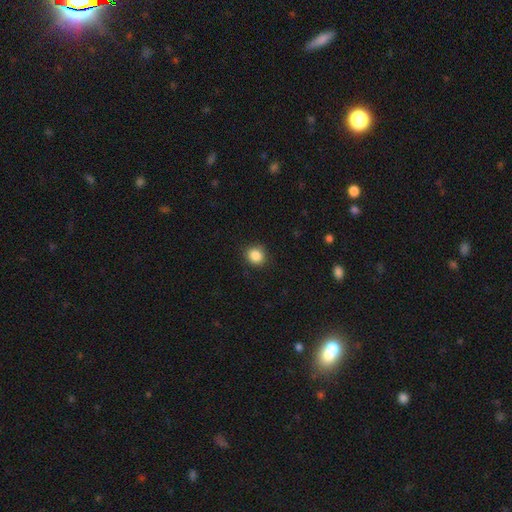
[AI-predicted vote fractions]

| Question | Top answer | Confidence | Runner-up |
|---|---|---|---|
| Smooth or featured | smooth | 87% | star or artifact (10%) |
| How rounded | round | 82% | in between (17%) |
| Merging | none | 88% | minor disturbance (9%) |